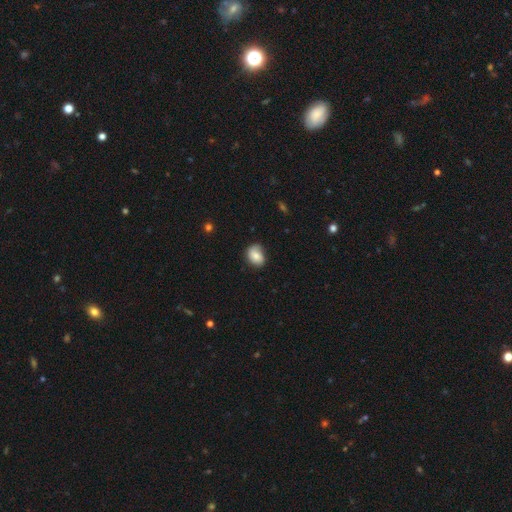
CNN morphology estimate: Q: Smooth or featured?
A: smooth (73%); runner-up: featured or disk (18%)
Q: How rounded?
A: in between (60%); runner-up: round (39%)
Q: Merging?
A: none (65%); runner-up: minor disturbance (27%)